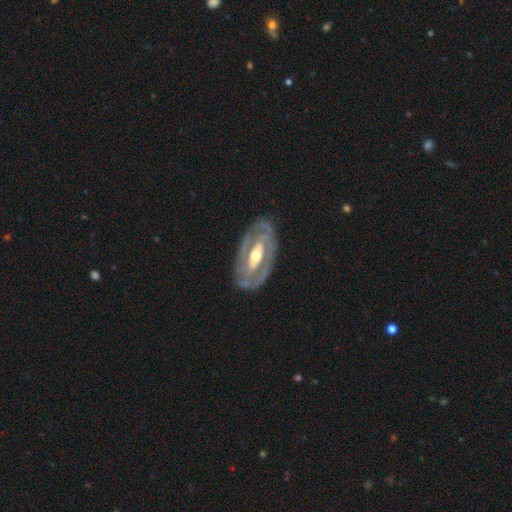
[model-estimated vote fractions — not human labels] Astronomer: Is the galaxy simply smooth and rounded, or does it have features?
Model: featured or disk — 79%.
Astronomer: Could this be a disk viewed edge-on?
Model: no — 91%.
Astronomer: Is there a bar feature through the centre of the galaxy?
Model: no — 42% (runner-up: strong, 30%).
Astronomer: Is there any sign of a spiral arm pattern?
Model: yes — 55% (runner-up: no, 45%).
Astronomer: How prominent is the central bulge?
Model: moderate — 70%.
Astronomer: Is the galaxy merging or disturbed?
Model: none — 80%.